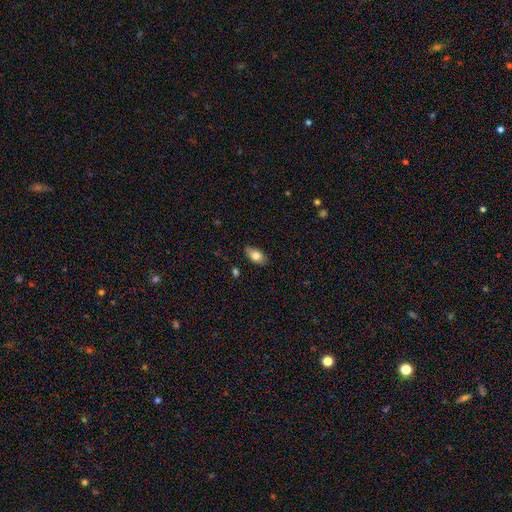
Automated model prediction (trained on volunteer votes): A smooth galaxy with no disk features (79%) that is in between round and cigar-shaped (91%).

Vote fractions:
- Smooth or featured? smooth: 79% / featured or disk: 14% / star or artifact: 7%
- How rounded? in between: 91% / round: 6% / cigar-shaped: 3%
- Merging? none: 82% / minor disturbance: 14% / major disturbance: 2% / merger: 1%